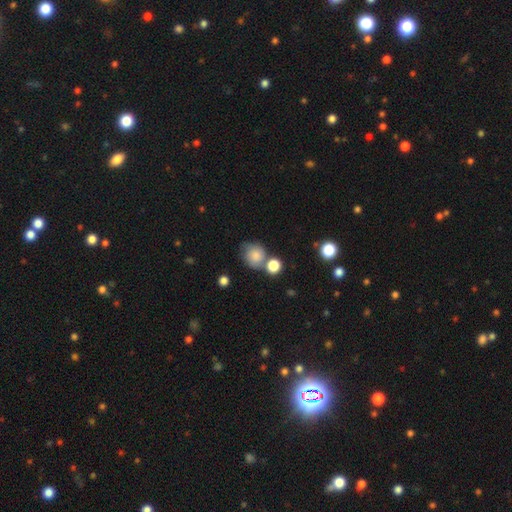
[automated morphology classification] This appears to be a smooth galaxy with no disk features (76%) that is round (78%). Merging: none (48%).